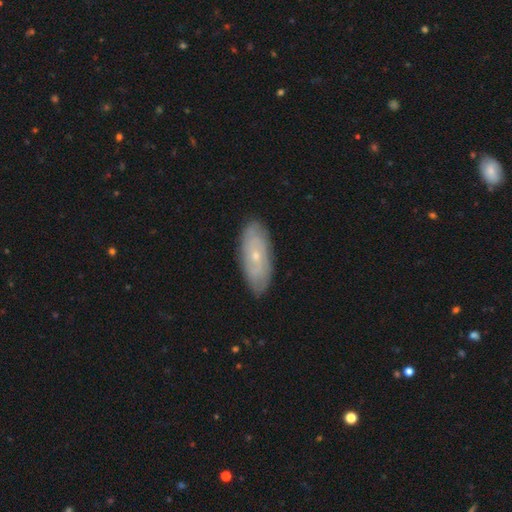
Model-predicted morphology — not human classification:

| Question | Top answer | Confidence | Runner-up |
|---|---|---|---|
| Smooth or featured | featured or disk | 57% | smooth (36%) |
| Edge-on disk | no | 85% | yes (15%) |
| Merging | none | 85% | minor disturbance (11%) |